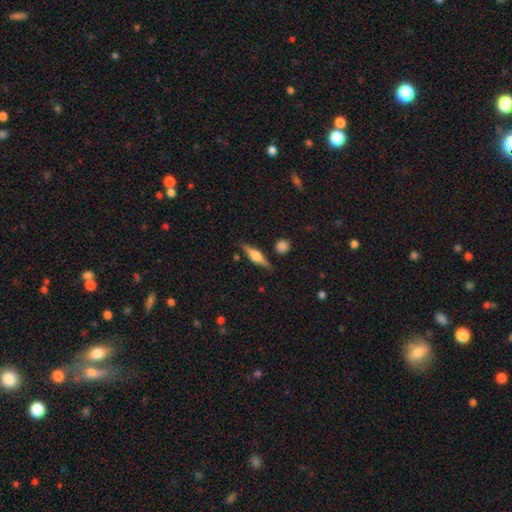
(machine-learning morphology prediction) Smooth or featured? Predicted: featured or disk (p=0.67). Edge-on disk? Predicted: yes (p=0.96). Edge-on bulge? Predicted: rounded (p=0.88). Merging? Predicted: none (p=0.83).